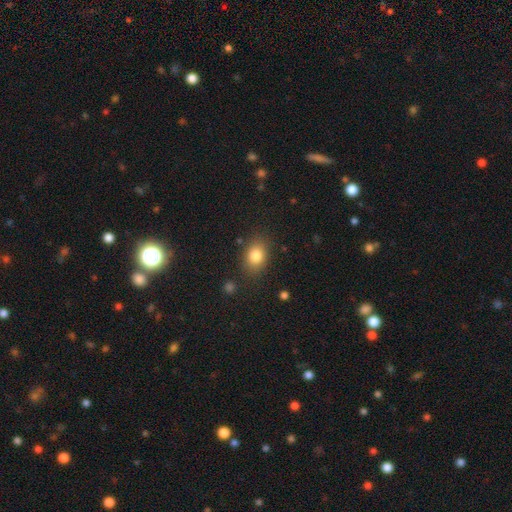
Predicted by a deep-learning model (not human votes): This appears to be a smooth galaxy with no disk features (82%) that is in between round and cigar-shaped (68%). Merging: none (82%).